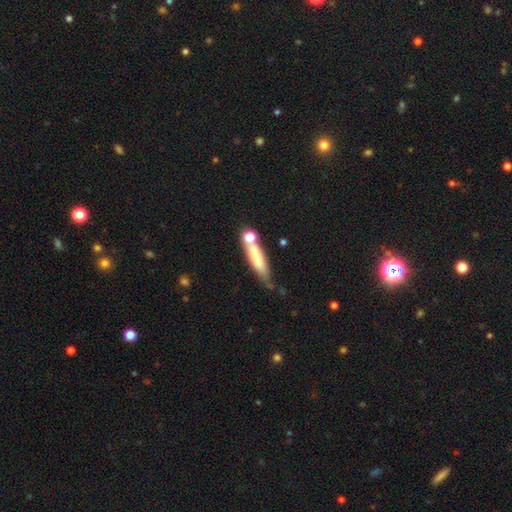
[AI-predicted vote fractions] smooth 67%, featured or disk 24%, star or artifact 9%. Down the decision tree: how rounded — cigar-shaped (74%); merging — none (51%).